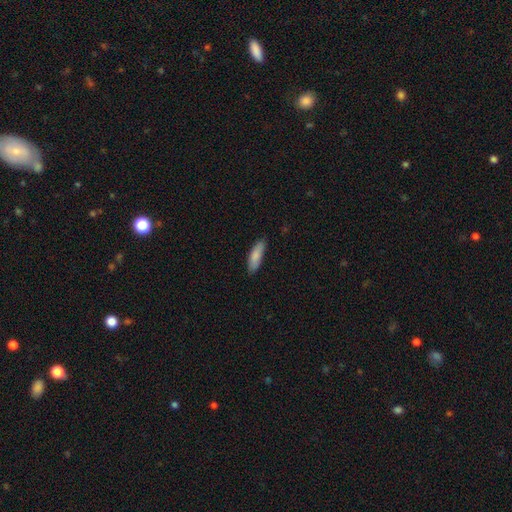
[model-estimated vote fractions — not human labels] This is clearly a smooth galaxy (85%). How rounded: possibly cigar-shaped (50%). Merging: clearly none (83%).